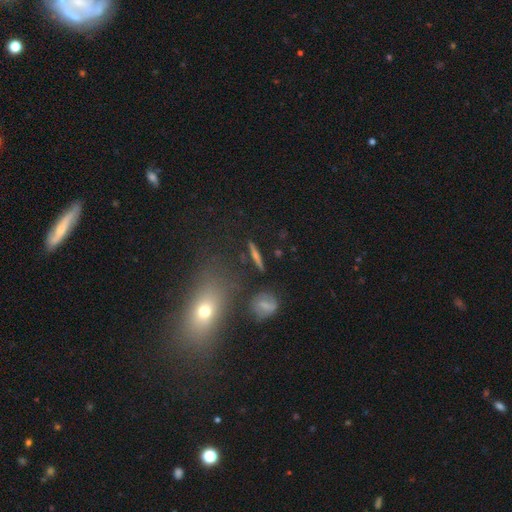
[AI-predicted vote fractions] smooth_or_featured: smooth (p=0.37) [tied with: star or artifact p=0.37]
merging: none (p=0.69) [alt: minor disturbance p=0.13]